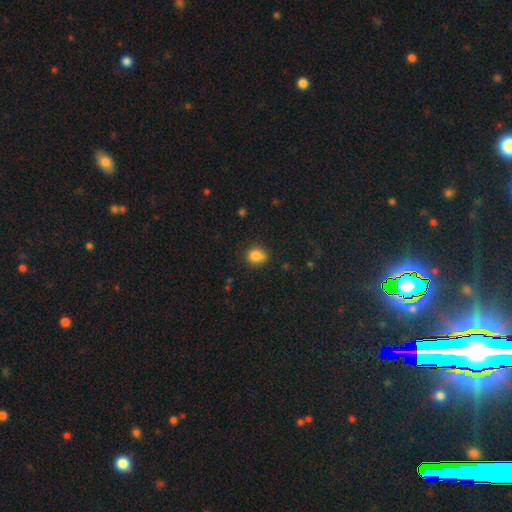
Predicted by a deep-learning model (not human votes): Smooth or featured?
  - smooth: 82% *
  - star or artifact: 11%
  - featured or disk: 7%
How rounded?
  - round: 67% *
  - in between: 32%
  - cigar-shaped: 1%
Merging?
  - none: 62% *
  - minor disturbance: 24%
  - merger: 9%
  - major disturbance: 6%